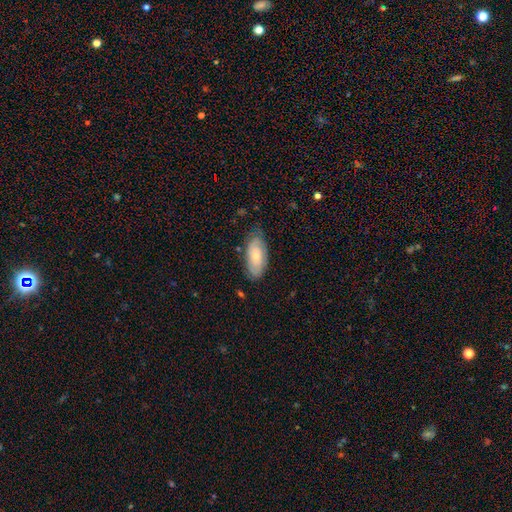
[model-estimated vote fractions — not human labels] This appears to be a smooth galaxy with no disk features (49%). Merging: none (72%).